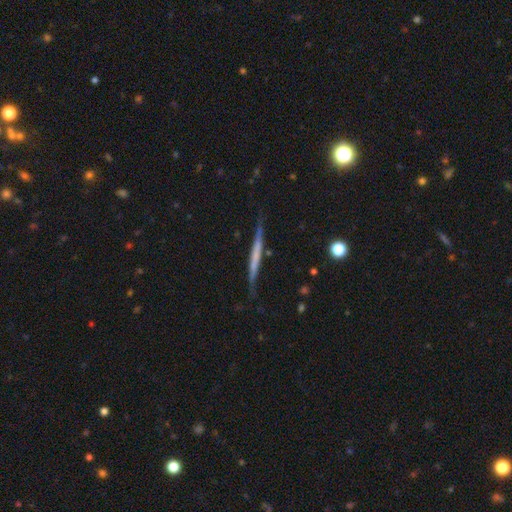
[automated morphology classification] featured or disk 54%, smooth 40%, star or artifact 6%. Down the decision tree: edge-on disk — yes (96%); edge-on bulge — none (81%); merging — none (81%).